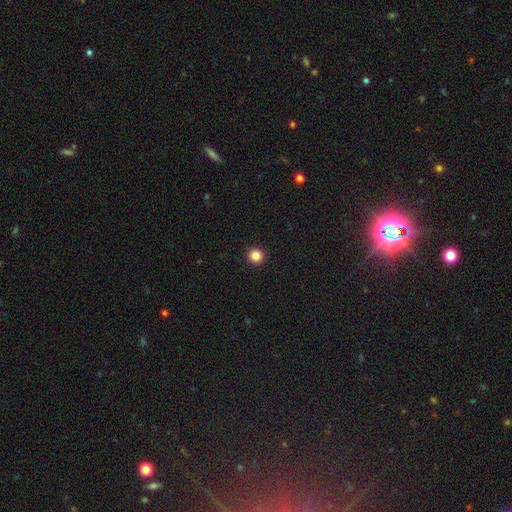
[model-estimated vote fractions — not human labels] A smooth galaxy with no disk features (86%) that is round (94%). Merging: none (94%).